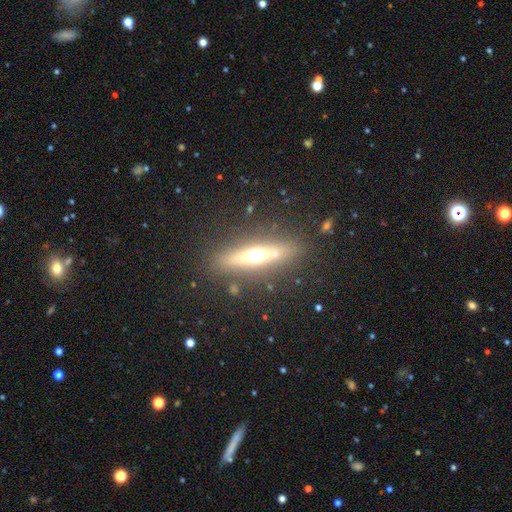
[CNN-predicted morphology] A featured or disk galaxy (58%) viewed edge-on (89%) with a rounded central bulge (94%).

Vote fractions:
- Smooth or featured? featured or disk: 58% / smooth: 30% / star or artifact: 12%
- Edge-on disk? yes: 89% / no: 11%
- Edge-on bulge? rounded: 94% / boxy: 4% / none: 2%
- Merging? none: 84% / minor disturbance: 9% / major disturbance: 5% / merger: 2%